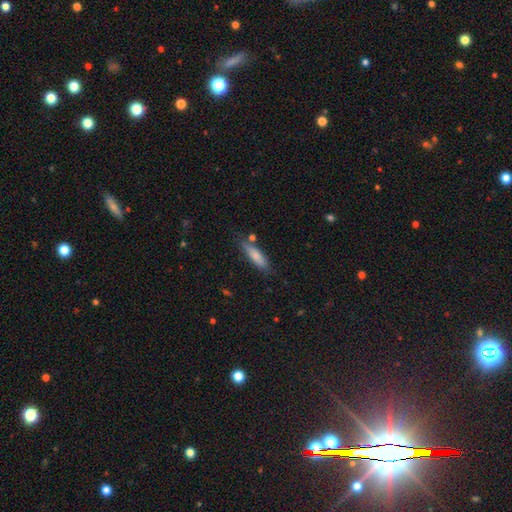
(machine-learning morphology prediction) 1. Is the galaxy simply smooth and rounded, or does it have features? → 78% smooth, 16% featured or disk, 7% star or artifact.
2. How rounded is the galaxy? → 64% cigar-shaped, 34% in between, 2% round.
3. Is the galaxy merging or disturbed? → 73% none, 17% minor disturbance, 6% merger, 4% major disturbance.